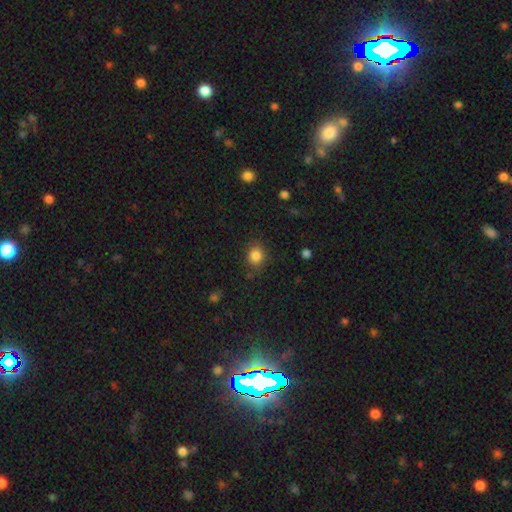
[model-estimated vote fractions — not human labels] Smooth or featured? smooth (84%)
How rounded? round (66%)
Merging? none (81%)